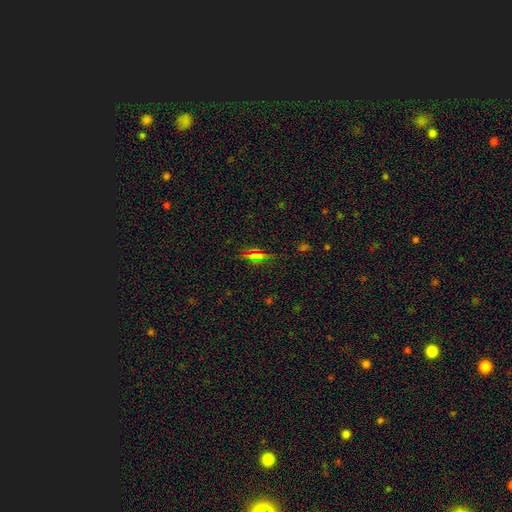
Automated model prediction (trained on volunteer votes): A smooth galaxy with no disk features (48%).

Vote fractions:
- Smooth or featured? smooth: 48% / star or artifact: 34% / featured or disk: 18%
- Merging? none: 81% / minor disturbance: 11% / major disturbance: 5% / merger: 3%